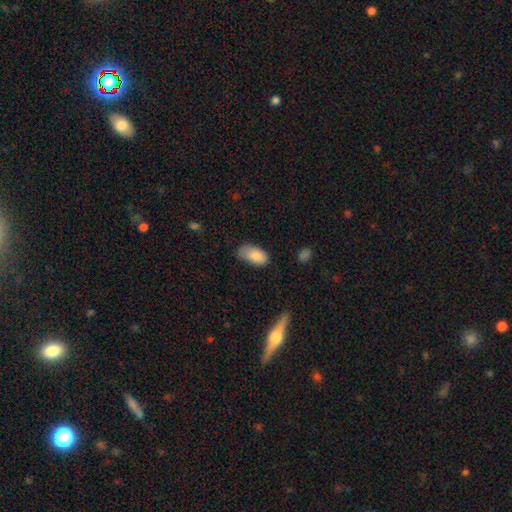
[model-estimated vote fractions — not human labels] This is clearly a smooth galaxy (83%). How rounded: clearly in between (94%). Merging: possibly none (55%).